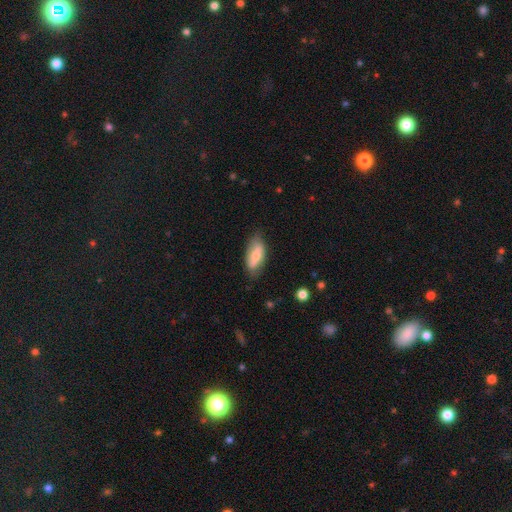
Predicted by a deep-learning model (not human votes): Smooth or featured? smooth (64%)
How rounded? in between (83%)
Merging? none (75%)